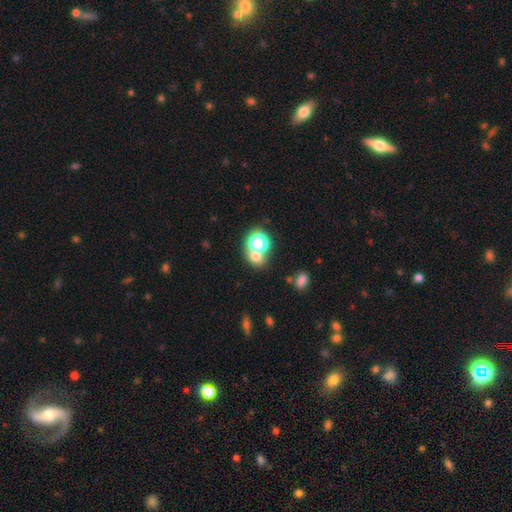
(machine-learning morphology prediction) Overall: smooth (62%; star or artifact 26%). How rounded: round (67%; in between 32%). Merging: none (48%; merger 39%).